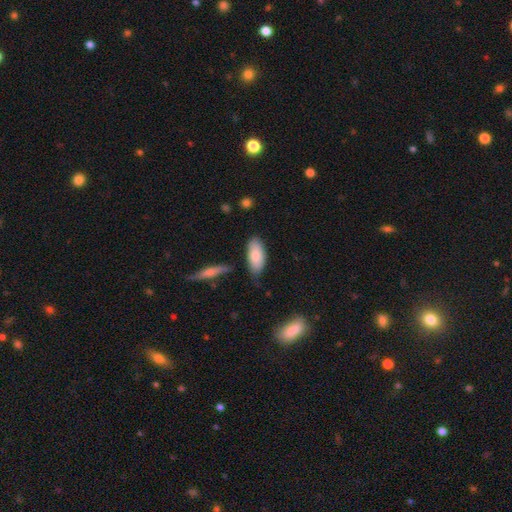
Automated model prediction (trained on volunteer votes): Smooth or featured? Predicted: smooth (p=0.83). How rounded? Predicted: in between (p=0.86). Merging? Predicted: none (p=0.71).